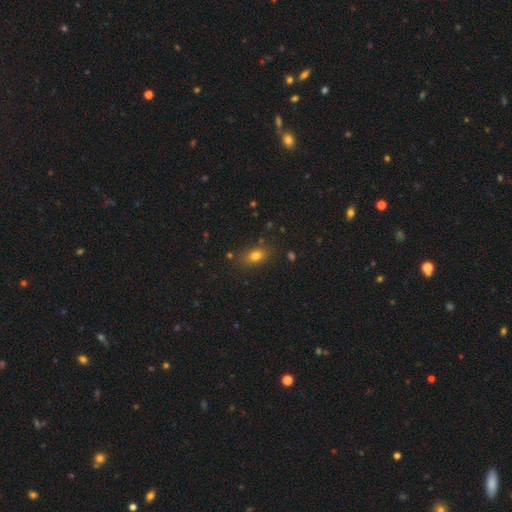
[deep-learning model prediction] Q: Smooth or featured?
A: smooth (77%); runner-up: star or artifact (13%)
Q: How rounded?
A: in between (73%); runner-up: round (22%)
Q: Merging?
A: none (80%); runner-up: minor disturbance (13%)